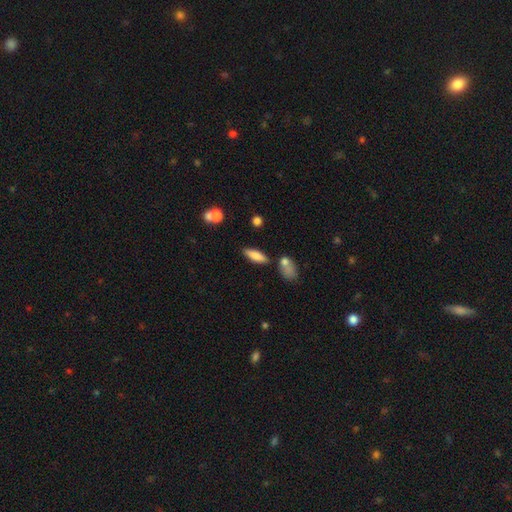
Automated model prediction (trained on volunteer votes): Smooth or featured? Predicted: smooth (p=0.74). How rounded? Predicted: cigar-shaped (p=0.49). Merging? Predicted: none (p=0.75).